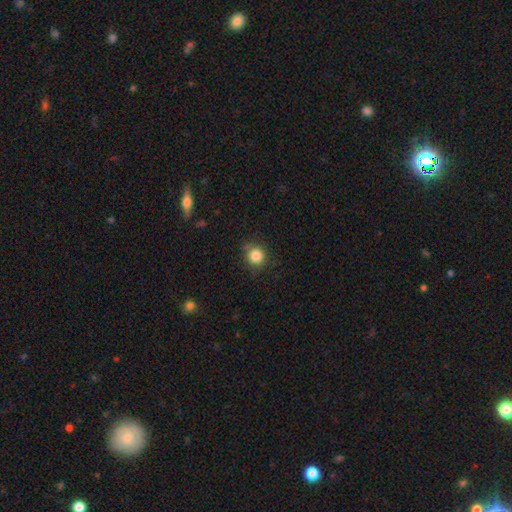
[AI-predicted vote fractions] This appears to be a smooth galaxy with no disk features (85%) that is round (89%). Merging: none (81%).